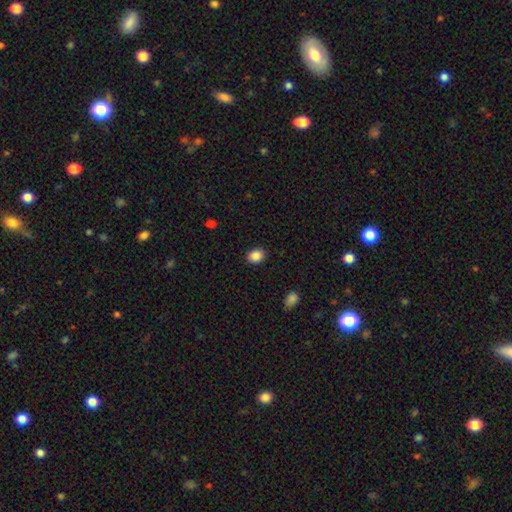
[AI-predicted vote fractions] Q: Smooth or featured?
A: smooth (88%); runner-up: star or artifact (9%)
Q: How rounded?
A: round (50%); tied with: in between (50%)
Q: Merging?
A: none (89%); runner-up: minor disturbance (7%)